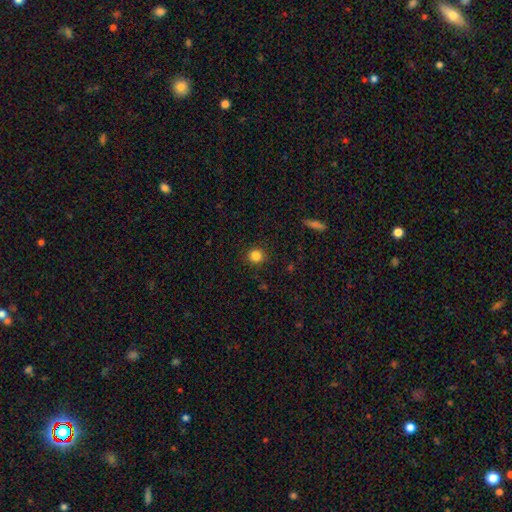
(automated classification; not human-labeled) Morphology: type=smooth (84%); roundness=round (88%); merging=none (90%).